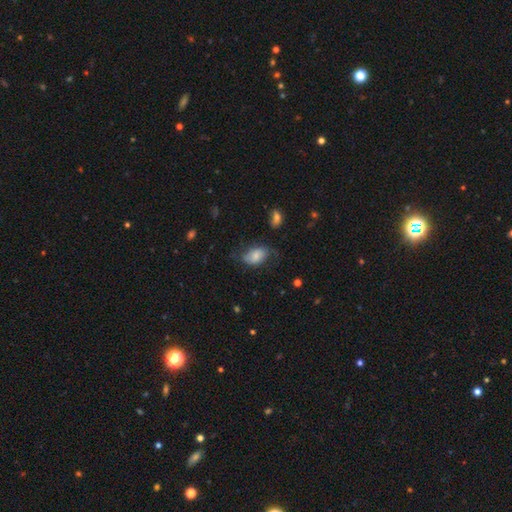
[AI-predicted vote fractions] The model was most divided on "merging": none: 50%, minor disturbance: 28%, major disturbance: 19%, merger: 2%. More confident: how rounded — in between (87%); smooth or featured — smooth (57%).